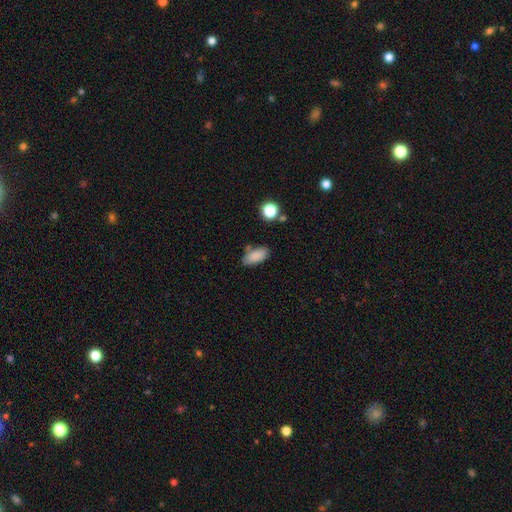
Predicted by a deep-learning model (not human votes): A smooth galaxy with no disk features (86%) that is in between round and cigar-shaped (88%). Merging: none (72%).